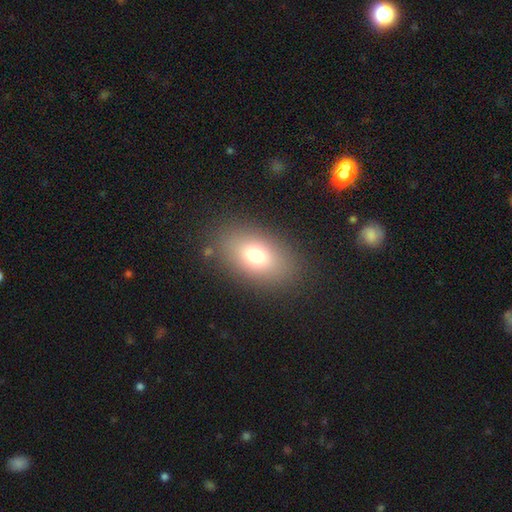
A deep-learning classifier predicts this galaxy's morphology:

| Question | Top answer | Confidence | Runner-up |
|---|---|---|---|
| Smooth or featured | smooth | 74% | featured or disk (14%) |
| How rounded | in between | 84% | round (14%) |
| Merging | none | 84% | minor disturbance (10%) |